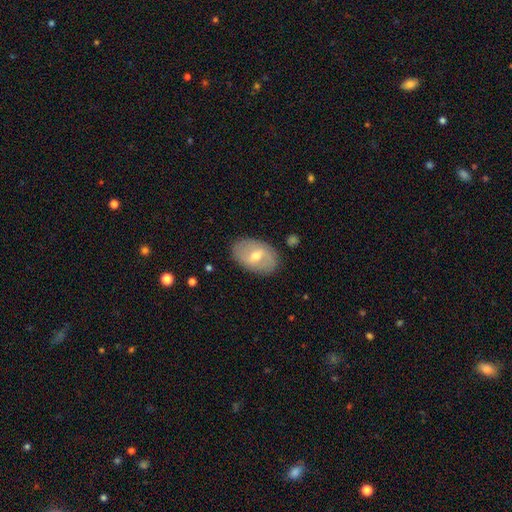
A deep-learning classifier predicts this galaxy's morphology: The model was most divided on "smooth or featured": featured or disk: 47%, smooth: 46%, star or artifact: 7%. More confident: merging — none (84%).